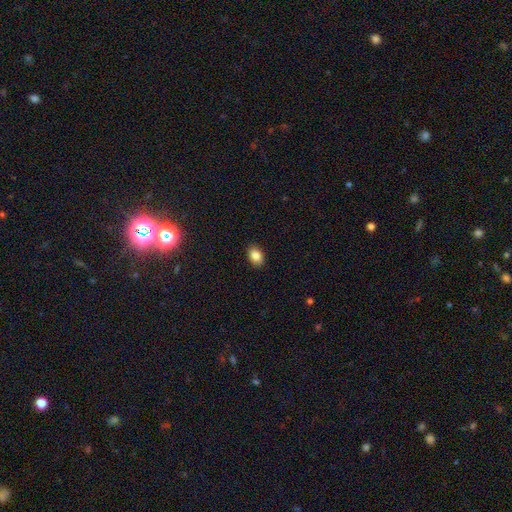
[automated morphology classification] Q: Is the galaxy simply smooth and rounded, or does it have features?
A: smooth — 85%.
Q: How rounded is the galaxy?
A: in between — 80%.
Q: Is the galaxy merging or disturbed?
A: none — 89%.